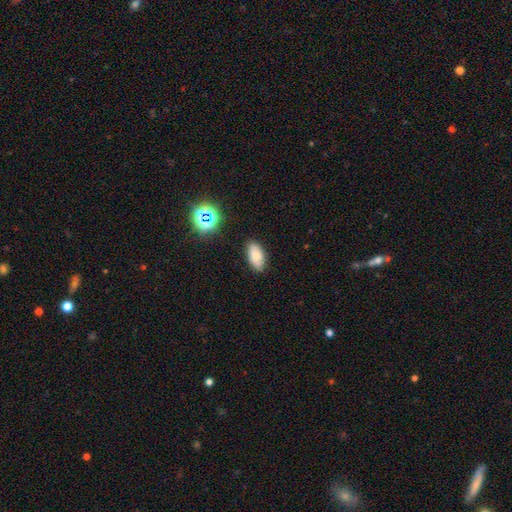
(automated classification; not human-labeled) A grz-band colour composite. It shows a smooth galaxy with no disk features (75%) that is in between round and cigar-shaped (92%). Merging: none (84%).